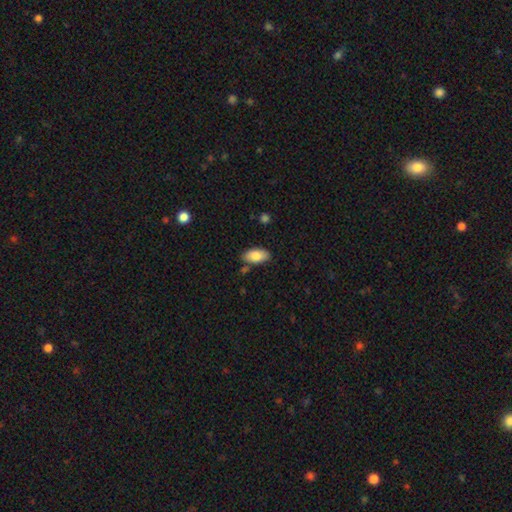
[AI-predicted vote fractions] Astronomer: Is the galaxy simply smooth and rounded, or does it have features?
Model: smooth — 84%.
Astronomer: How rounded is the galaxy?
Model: in between — 93%.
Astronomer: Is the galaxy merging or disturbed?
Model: none — 80%.